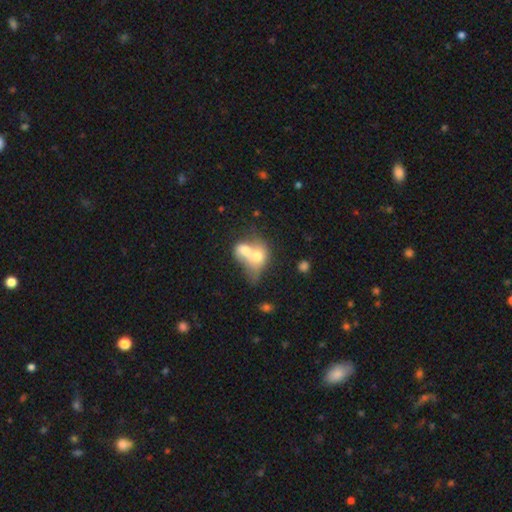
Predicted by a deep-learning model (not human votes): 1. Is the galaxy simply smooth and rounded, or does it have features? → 59% smooth, 33% featured or disk, 8% star or artifact.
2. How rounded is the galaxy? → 60% in between, 38% round, 2% cigar-shaped.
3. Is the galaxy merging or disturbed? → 81% merger, 8% none, 6% major disturbance, 5% minor disturbance.